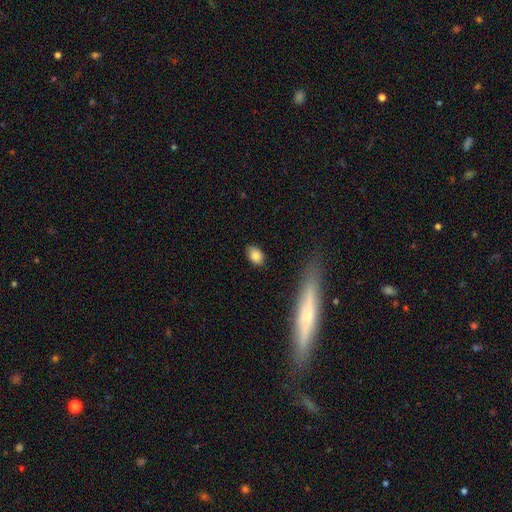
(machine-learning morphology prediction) Smooth or featured?
  - smooth: 85% *
  - star or artifact: 8%
  - featured or disk: 7%
How rounded?
  - in between: 83% *
  - round: 15%
  - cigar-shaped: 2%
Merging?
  - none: 85% *
  - minor disturbance: 11%
  - major disturbance: 3%
  - merger: 2%